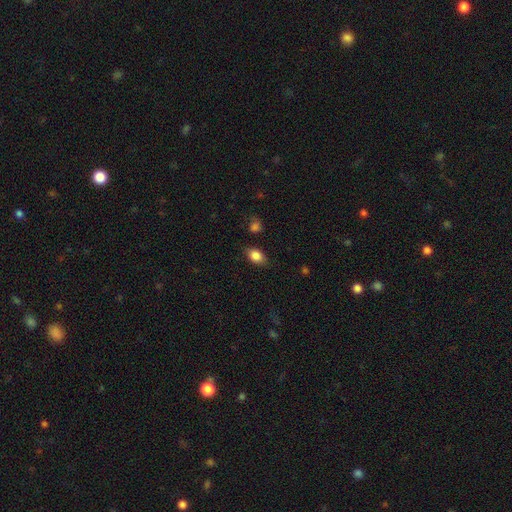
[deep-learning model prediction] This is clearly a smooth galaxy (85%). How rounded: clearly in between (84%). Merging: clearly none (81%).